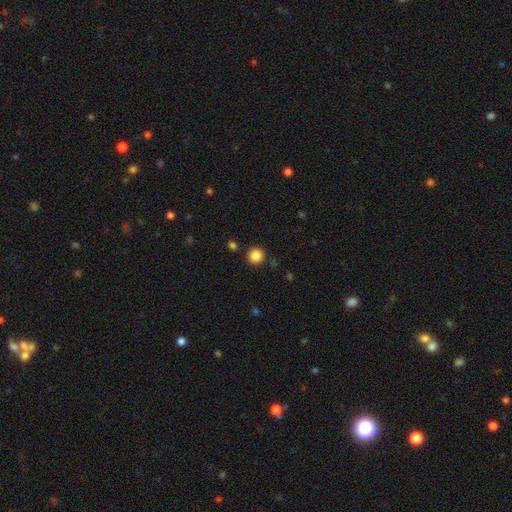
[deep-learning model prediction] Morphology: type=smooth (86%); roundness=round (94%); merging=none (90%).